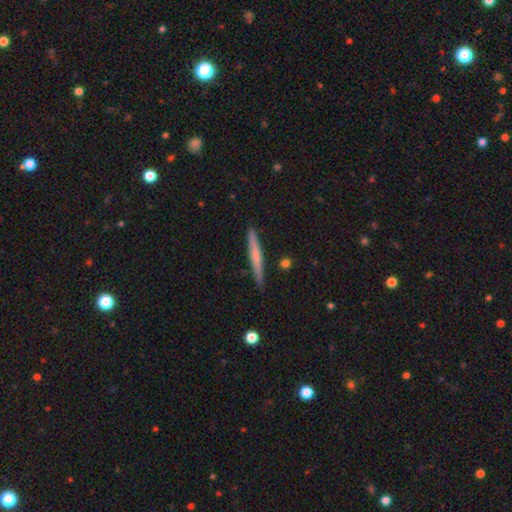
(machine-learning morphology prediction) A smooth galaxy with no disk features (56%) that is cigar-shaped (96%). Merging: none (86%).